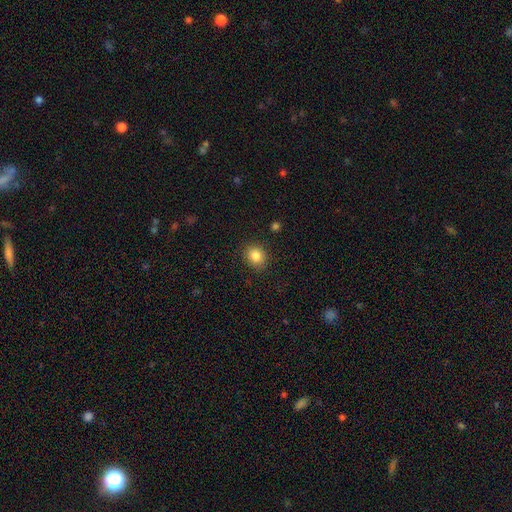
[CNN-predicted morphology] A smooth galaxy with no disk features (85%) that is round (72%). Merging: none (88%).